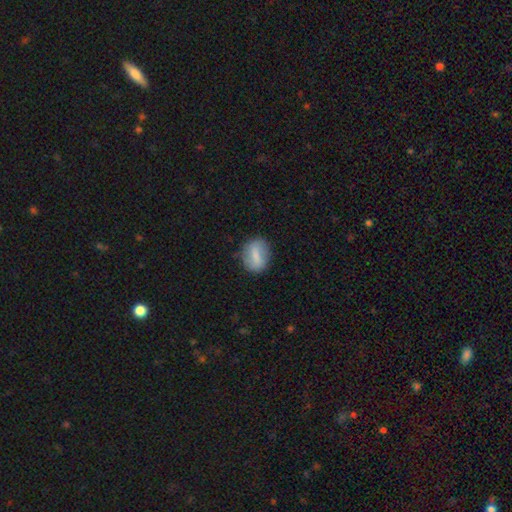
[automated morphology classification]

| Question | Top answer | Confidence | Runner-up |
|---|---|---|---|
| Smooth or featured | smooth | 67% | featured or disk (25%) |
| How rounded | in between | 61% | round (36%) |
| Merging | none | 77% | minor disturbance (17%) |